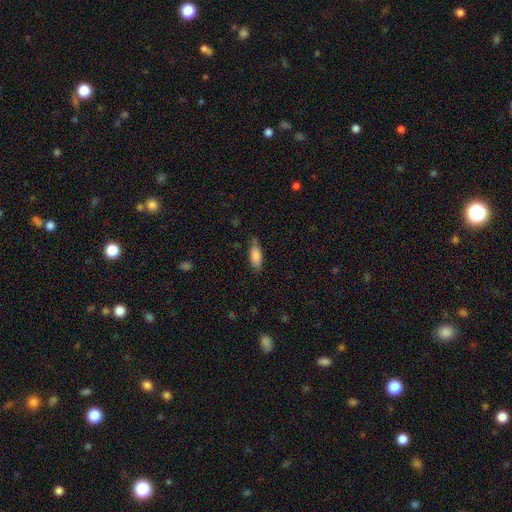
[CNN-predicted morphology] Smooth or featured?
  - smooth: 82% *
  - featured or disk: 11%
  - star or artifact: 6%
How rounded?
  - in between: 72% *
  - cigar-shaped: 26%
  - round: 2%
Merging?
  - none: 69% *
  - minor disturbance: 24%
  - major disturbance: 5%
  - merger: 2%